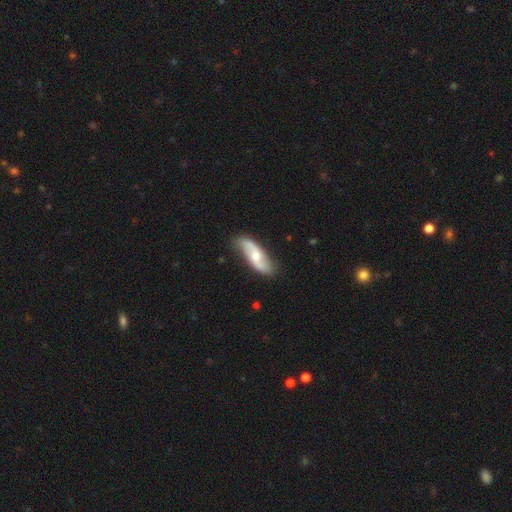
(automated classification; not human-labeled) A featured or disk galaxy (68%) with no bar (53%), 2 (90%) loose (72%) spiral arms (89%) and a moderate central bulge (61%).

Vote fractions:
- Smooth or featured? featured or disk: 68% / smooth: 27% / star or artifact: 5%
- Edge-on disk? no: 87% / yes: 13%
- Bar? no: 53% / weak: 36% / strong: 11%
- Spiral arms? yes: 89% / no: 11%
- Spiral winding? loose: 72% / medium: 21% / tight: 8%
- Spiral arm count? 2: 90% / can't tell: 5% / 1: 2% / 3: 1% / 4: 1% / more than 4: 1%
- Bulge size? moderate: 61% / small: 32% / large: 4% / none: 2% / dominant: 1%
- Merging? none: 80% / minor disturbance: 15% / major disturbance: 3% / merger: 2%